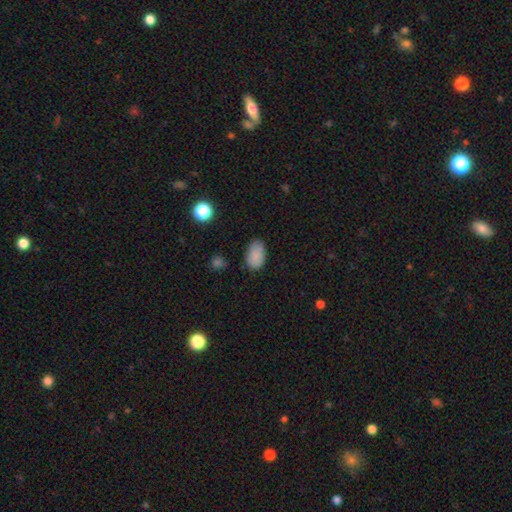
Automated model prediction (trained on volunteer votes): Q: Smooth or featured?
A: smooth (85%); runner-up: star or artifact (10%)
Q: How rounded?
A: in between (88%); runner-up: round (10%)
Q: Merging?
A: none (76%); runner-up: minor disturbance (18%)